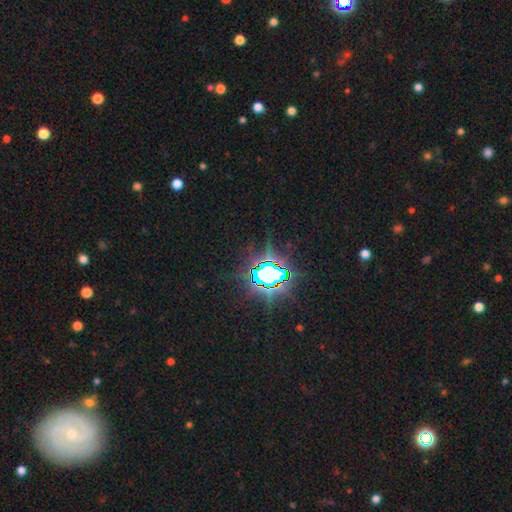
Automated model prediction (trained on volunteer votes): A star or artifact, not a galaxy (83%).